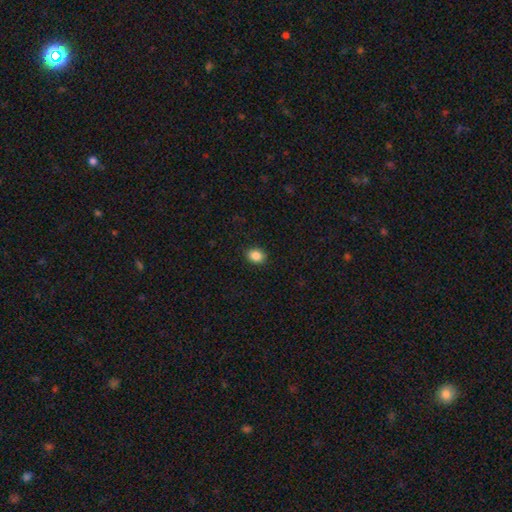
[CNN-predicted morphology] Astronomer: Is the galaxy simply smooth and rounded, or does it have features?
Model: smooth — 87%.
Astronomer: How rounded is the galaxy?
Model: in between — 57% (runner-up: round, 42%).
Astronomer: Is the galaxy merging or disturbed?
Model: none — 91%.